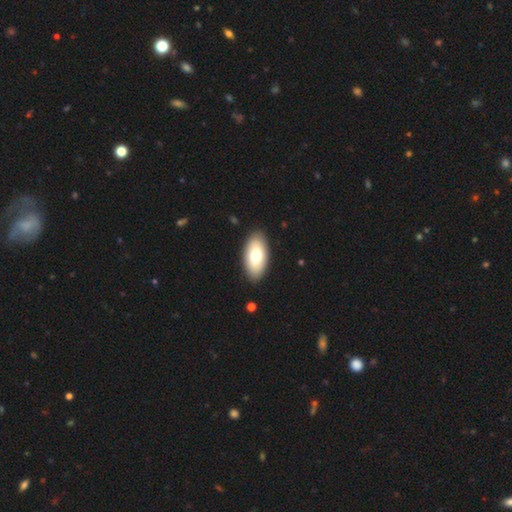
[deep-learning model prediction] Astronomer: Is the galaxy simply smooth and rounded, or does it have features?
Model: smooth — 73%.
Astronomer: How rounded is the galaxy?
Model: in between — 94%.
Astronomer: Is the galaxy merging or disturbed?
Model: none — 89%.